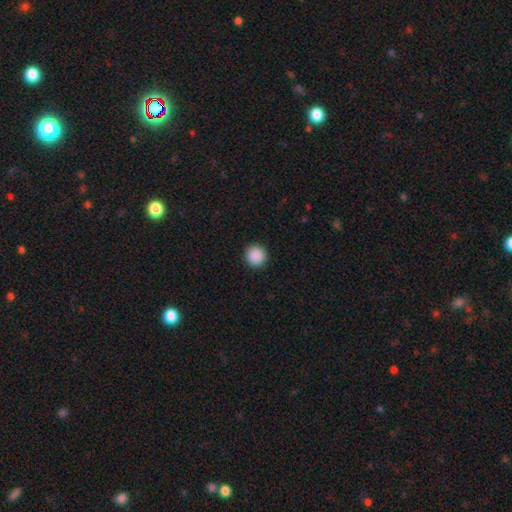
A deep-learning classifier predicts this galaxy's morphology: smooth-or-featured: smooth: 89% | star or artifact: 8% | featured or disk: 2%
  how-rounded: round: 95% | in between: 4% | cigar-shaped: 1%
  merging: none: 93% | minor disturbance: 5% | major disturbance: 2% | merger: 1%